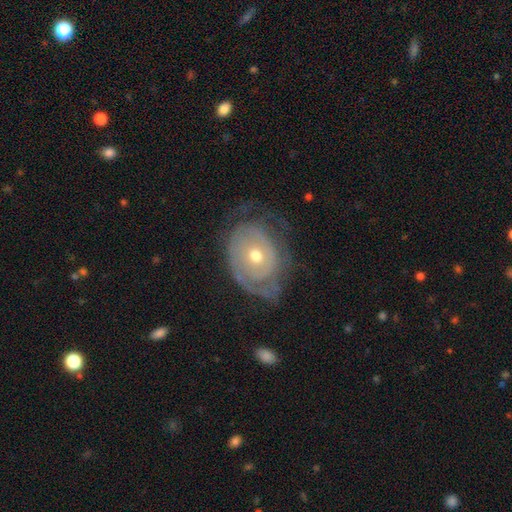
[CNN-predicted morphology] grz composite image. It shows a featured or disk galaxy (74%) with no bar (84%), tight (70%) spiral arms (72%) and a moderate central bulge (59%). Merging: none (55%).